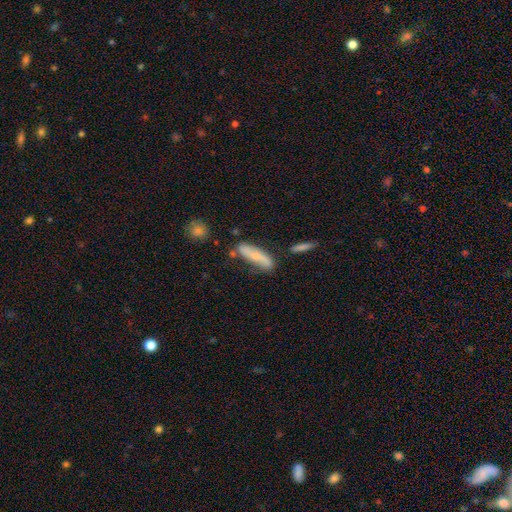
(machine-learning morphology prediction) The model was most divided on "smooth or featured": smooth: 55%, featured or disk: 38%, star or artifact: 7%. More confident: how rounded — cigar-shaped (65%); merging — none (62%).